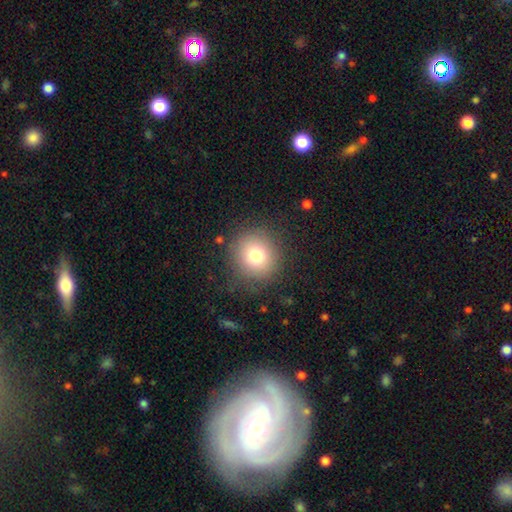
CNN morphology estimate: smooth 77%, star or artifact 13%, featured or disk 11%. Down the decision tree: how rounded — round (91%); merging — none (85%).